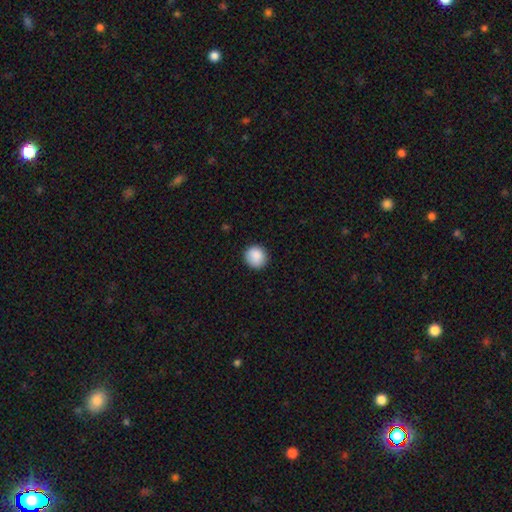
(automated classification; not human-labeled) Morphology: type=smooth (88%); roundness=round (93%); merging=none (89%).